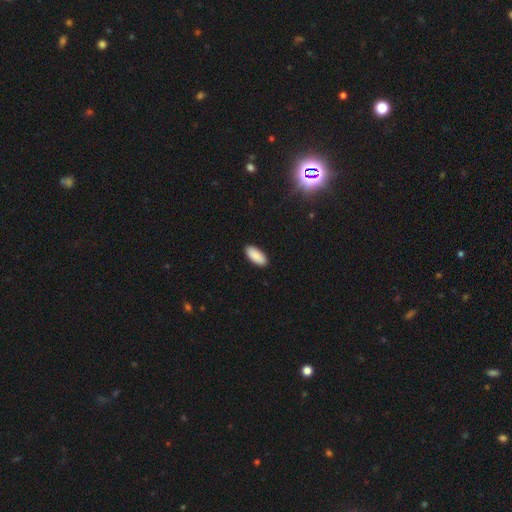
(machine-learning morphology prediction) smooth 91%, star or artifact 6%, featured or disk 3%. Down the decision tree: how rounded — in between (88%); merging — none (91%).